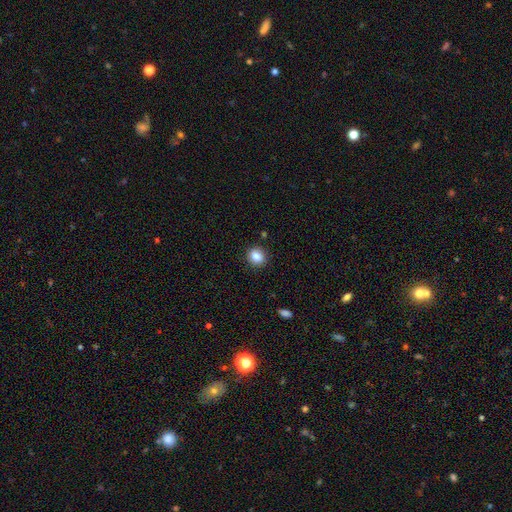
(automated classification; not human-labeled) Smooth or featured? Predicted: smooth (p=0.83). How rounded? Predicted: round (p=0.74). Merging? Predicted: none (p=0.90).